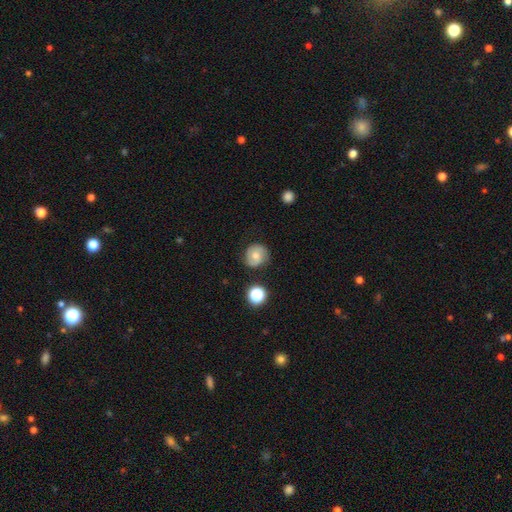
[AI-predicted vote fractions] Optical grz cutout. It shows a smooth galaxy with no disk features (45%). Merging: none (78%).